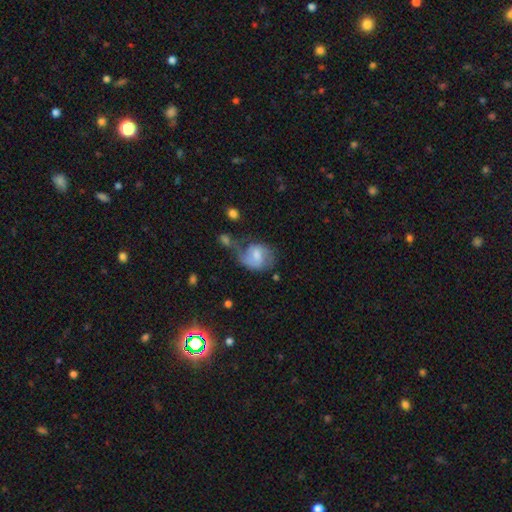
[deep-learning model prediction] The model was most divided on "bulge size": moderate: 43%, small: 32%, none: 13%, large: 9%, dominant: 2%. Remaining: edge-on disk — no (97%); spiral arms — yes (82%); bar — weak (56%); smooth or featured — featured or disk (56%); merging — none (38%).